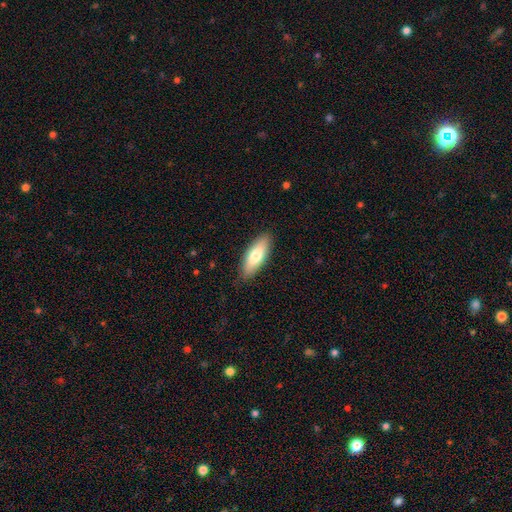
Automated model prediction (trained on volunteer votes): The model was most divided on "how rounded": in between: 65%, cigar-shaped: 33%, round: 2%. More confident: merging — none (86%); smooth or featured — smooth (75%).